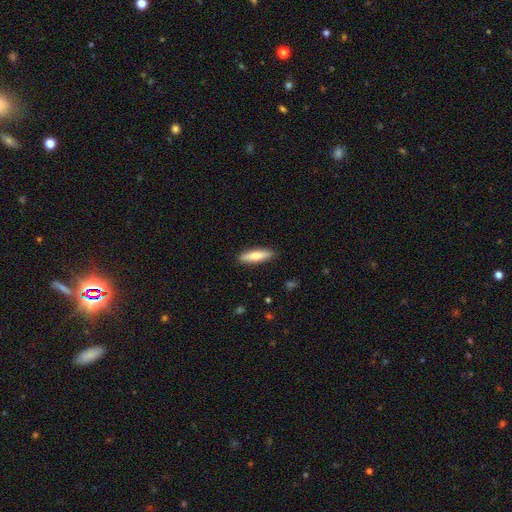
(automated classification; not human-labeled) This is likely a smooth galaxy (77%). How rounded: likely cigar-shaped (69%). Merging: clearly none (90%).